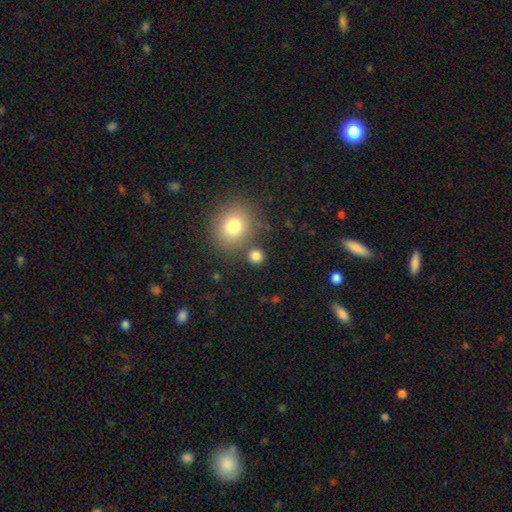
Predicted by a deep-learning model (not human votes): The model was most divided on "smooth or featured": smooth: 82%, star or artifact: 12%, featured or disk: 5%. More confident: how rounded — round (88%); merging — none (80%).